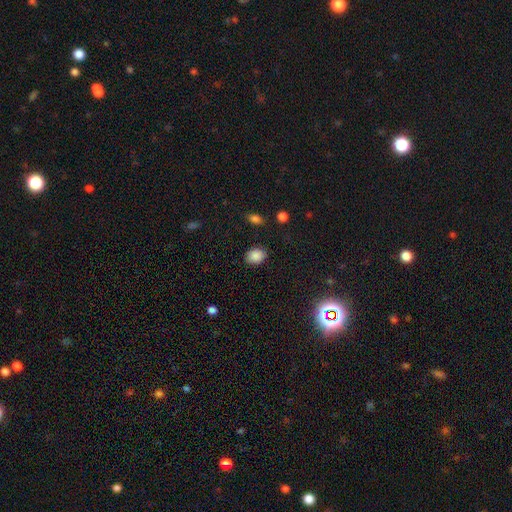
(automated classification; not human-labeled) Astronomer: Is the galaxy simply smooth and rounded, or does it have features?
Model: smooth — 87%.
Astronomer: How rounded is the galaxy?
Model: in between — 67%.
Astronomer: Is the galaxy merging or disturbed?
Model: none — 84%.